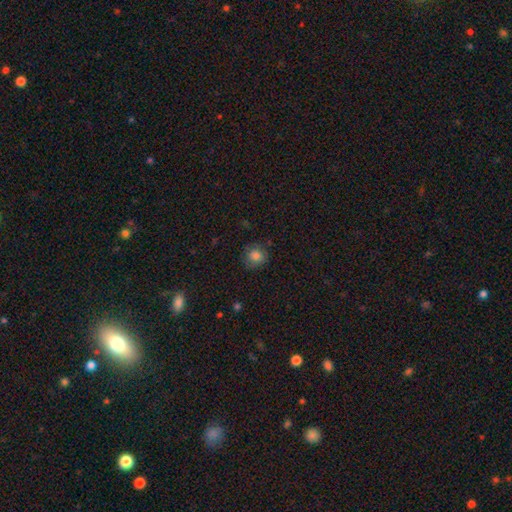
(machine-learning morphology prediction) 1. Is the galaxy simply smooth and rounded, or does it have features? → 82% smooth, 11% star or artifact, 7% featured or disk.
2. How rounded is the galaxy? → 86% round, 14% in between, 1% cigar-shaped.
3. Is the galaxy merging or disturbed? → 80% none, 15% minor disturbance, 4% major disturbance, 1% merger.